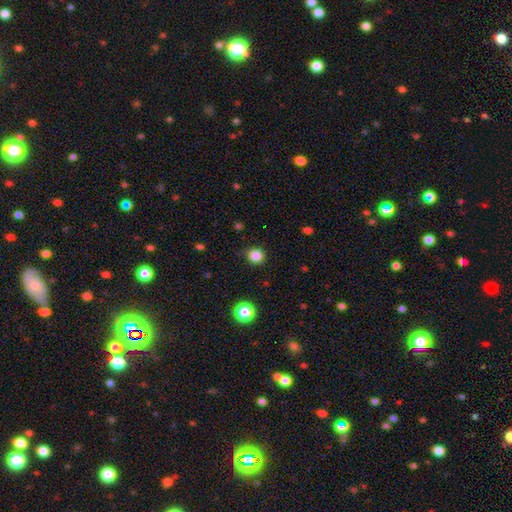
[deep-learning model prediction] smooth 84%, star or artifact 12%, featured or disk 4%. Down the decision tree: how rounded — round (89%); merging — none (84%).